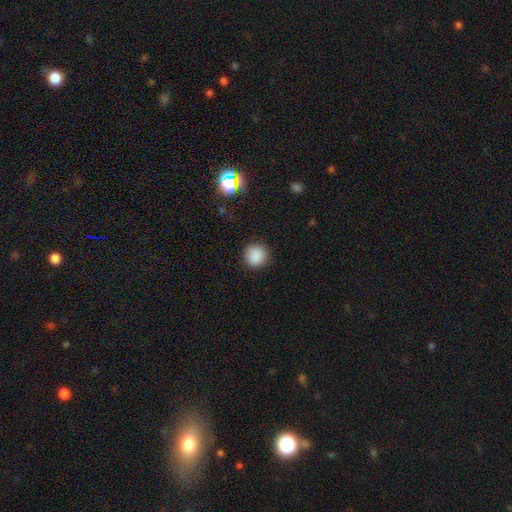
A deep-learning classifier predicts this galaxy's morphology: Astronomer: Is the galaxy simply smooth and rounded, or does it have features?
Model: smooth — 87%.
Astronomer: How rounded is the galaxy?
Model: round — 93%.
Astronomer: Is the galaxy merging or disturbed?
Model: none — 91%.